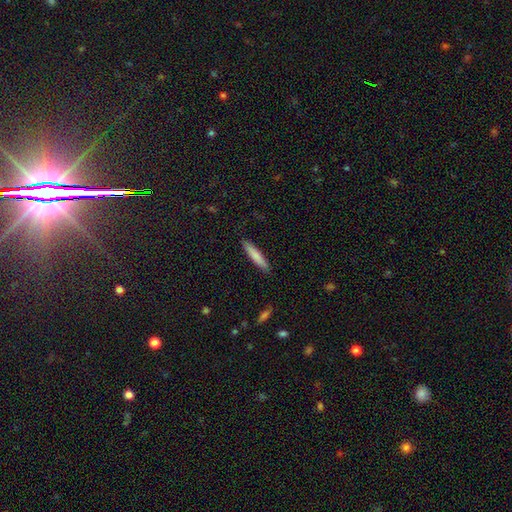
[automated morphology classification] A smooth galaxy with no disk features (80%) that is cigar-shaped (90%).

Vote fractions:
- Smooth or featured? smooth: 80% / featured or disk: 14% / star or artifact: 6%
- How rounded? cigar-shaped: 90% / in between: 9% / round: 1%
- Merging? none: 89% / minor disturbance: 8% / major disturbance: 2% / merger: 1%